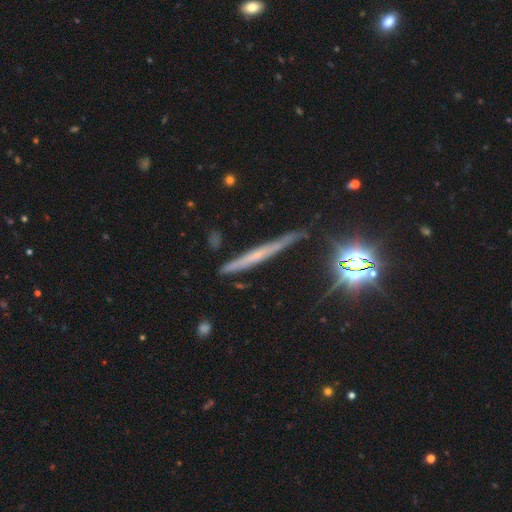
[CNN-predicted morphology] smooth_or_featured: featured or disk (p=0.52) [alt: smooth p=0.32]
disk_edge_on: yes (p=0.94) [alt: no p=0.06]
merging: none (p=0.78) [alt: minor disturbance p=0.16]